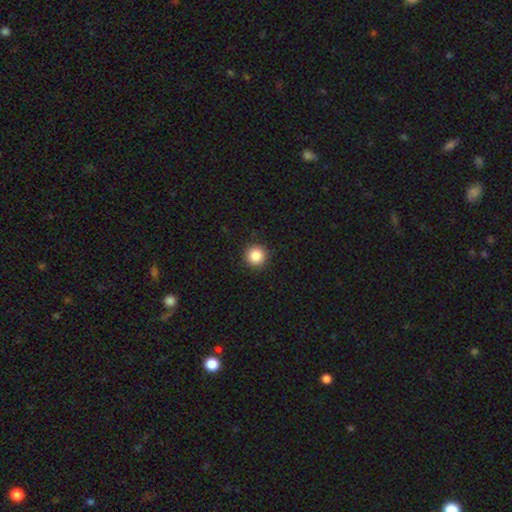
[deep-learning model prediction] Smooth or featured? Predicted: smooth (p=0.85). How rounded? Predicted: round (p=0.96). Merging? Predicted: none (p=0.93).